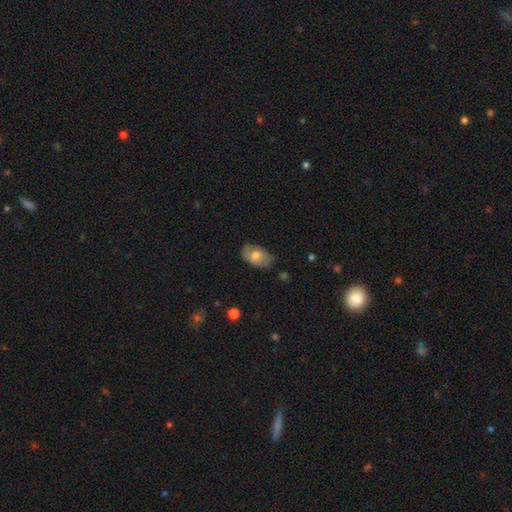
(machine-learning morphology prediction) The model was most divided on "merging": none: 63%, minor disturbance: 29%, major disturbance: 6%, merger: 2%. More confident: how rounded — in between (89%); smooth or featured — smooth (69%).